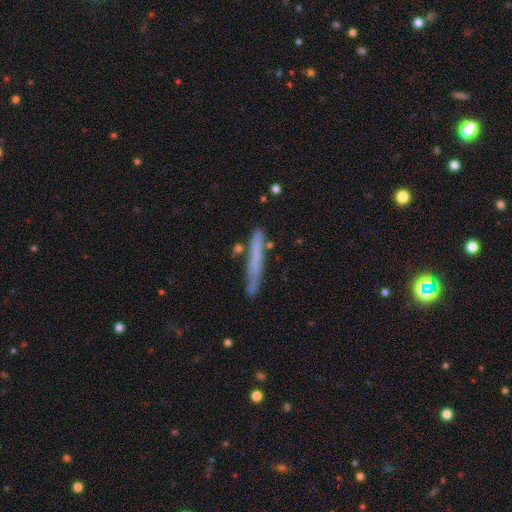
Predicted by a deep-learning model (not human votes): Smooth or featured?
  - smooth: 62% *
  - featured or disk: 31%
  - star or artifact: 7%
How rounded?
  - cigar-shaped: 96% *
  - in between: 3%
  - round: 1%
Merging?
  - none: 80% *
  - minor disturbance: 14%
  - merger: 4%
  - major disturbance: 3%